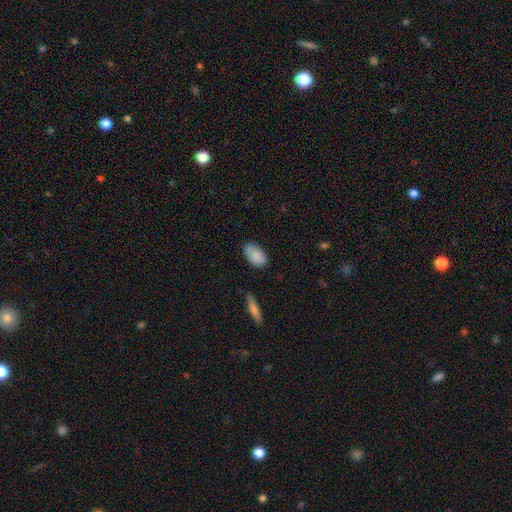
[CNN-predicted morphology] Smooth or featured: smooth — 87% (featured or disk — 7%)
How rounded: in between — 93% (round — 5%)
Merging: none — 76% (minor disturbance — 19%)